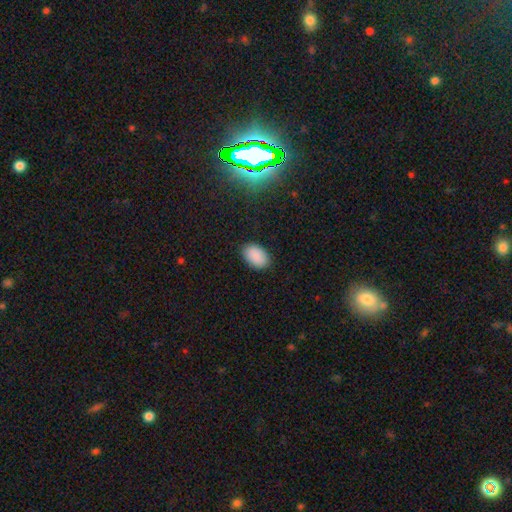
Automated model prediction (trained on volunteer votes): smooth-or-featured: smooth: 89% | star or artifact: 7% | featured or disk: 3%
  how-rounded: in between: 90% | round: 9% | cigar-shaped: 1%
  merging: none: 88% | minor disturbance: 9% | major disturbance: 2% | merger: 1%